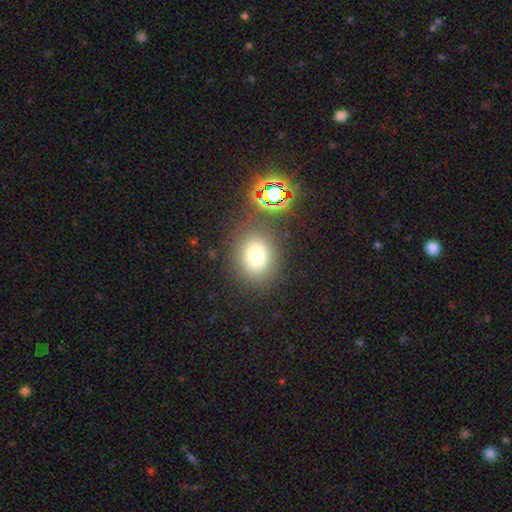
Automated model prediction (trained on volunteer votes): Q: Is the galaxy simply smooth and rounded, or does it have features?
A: smooth — 72%.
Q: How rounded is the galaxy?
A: round — 63%.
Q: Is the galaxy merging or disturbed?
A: none — 81%.